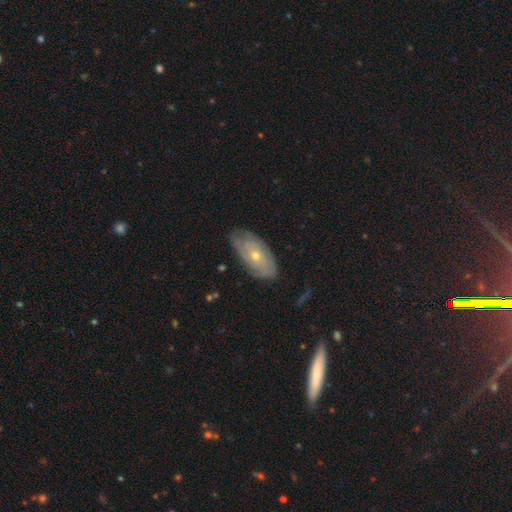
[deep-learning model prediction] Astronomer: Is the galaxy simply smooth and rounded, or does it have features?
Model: featured or disk — 52% (runner-up: smooth, 40%).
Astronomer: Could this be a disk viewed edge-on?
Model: no — 85%.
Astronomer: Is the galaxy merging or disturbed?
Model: none — 73%.